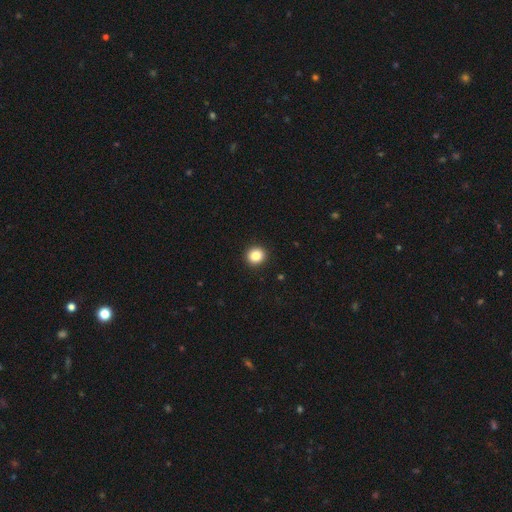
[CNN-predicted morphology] type=smooth (87%); roundness=round (88%); merging=none (92%).